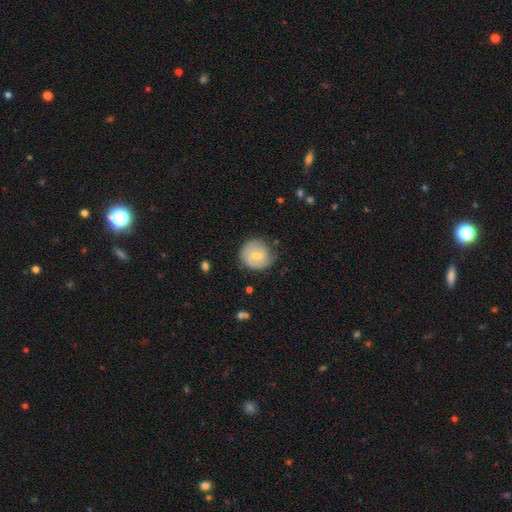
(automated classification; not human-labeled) smooth-or-featured: featured or disk: 49% | smooth: 44% | star or artifact: 6%
  merging: none: 65% | minor disturbance: 26% | major disturbance: 8% | merger: 2%